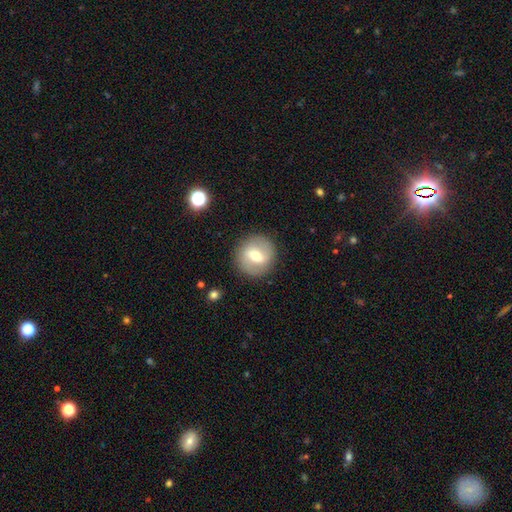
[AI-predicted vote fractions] Smooth or featured: smooth — 47% (featured or disk — 45%)
Merging: none — 88% (minor disturbance — 7%)